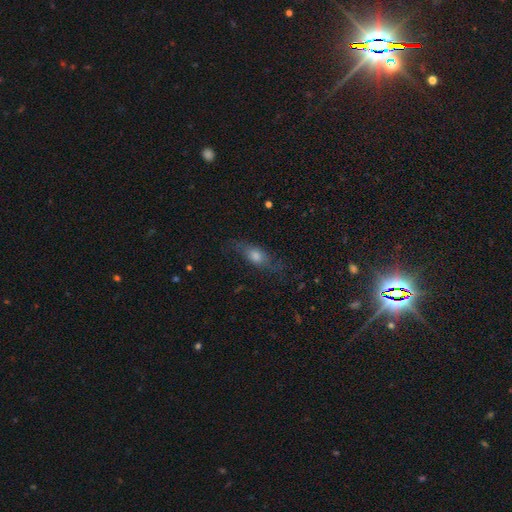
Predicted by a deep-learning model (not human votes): This appears to be a smooth galaxy with no disk features (47%). Merging: none (70%).